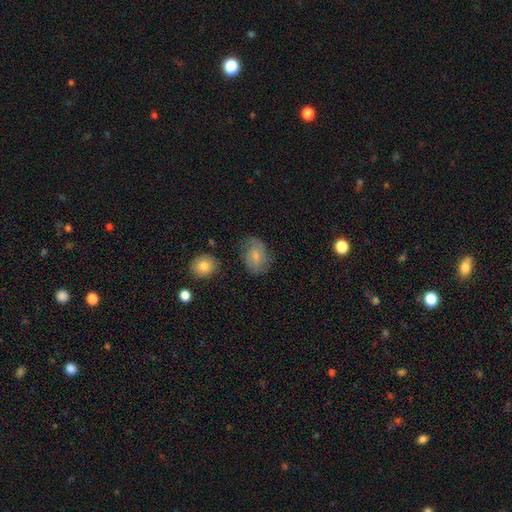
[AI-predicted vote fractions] A smooth galaxy with no disk features (57%) that is in between round and cigar-shaped (67%).

Vote fractions:
- Smooth or featured? smooth: 57% / featured or disk: 35% / star or artifact: 8%
- How rounded? in between: 67% / round: 32% / cigar-shaped: 1%
- Merging? none: 63% / minor disturbance: 24% / major disturbance: 10% / merger: 3%